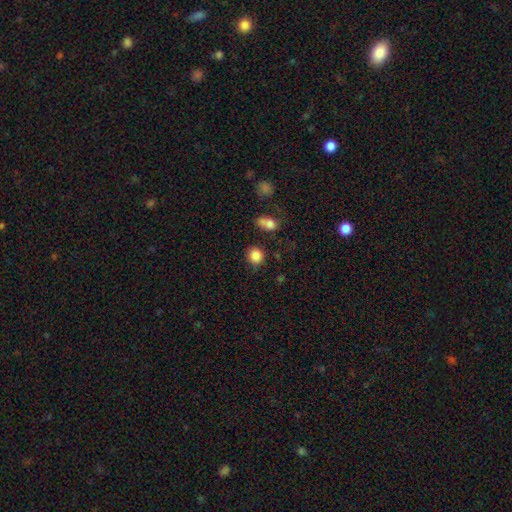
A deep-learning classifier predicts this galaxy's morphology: Overall: smooth (86%). How rounded: round (83%). Merging: none (80%).